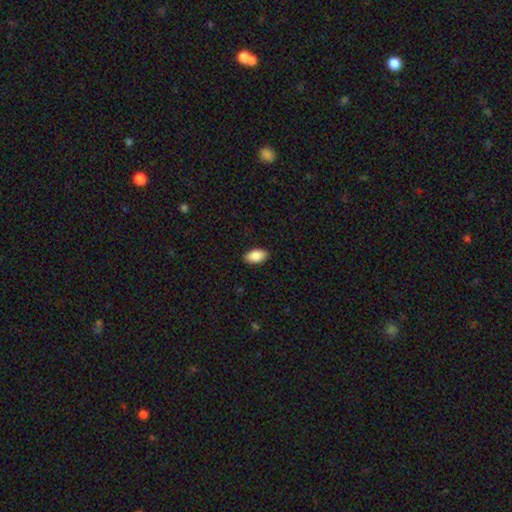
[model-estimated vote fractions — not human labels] A smooth galaxy with no disk features (88%) that is in between round and cigar-shaped (94%). Merging: none (89%).